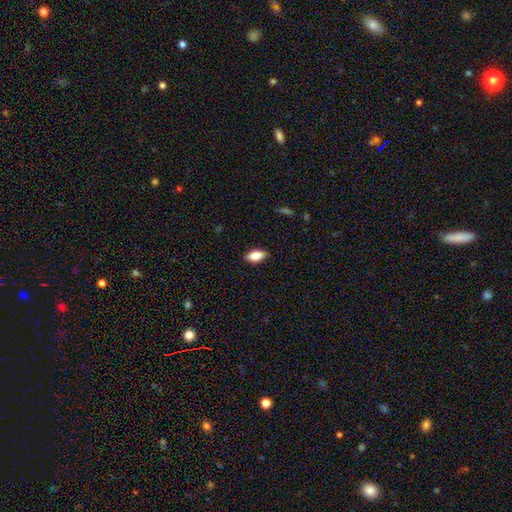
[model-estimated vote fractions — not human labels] This appears to be a smooth galaxy with no disk features (80%) that is in between round and cigar-shaped (87%). Merging: none (88%).